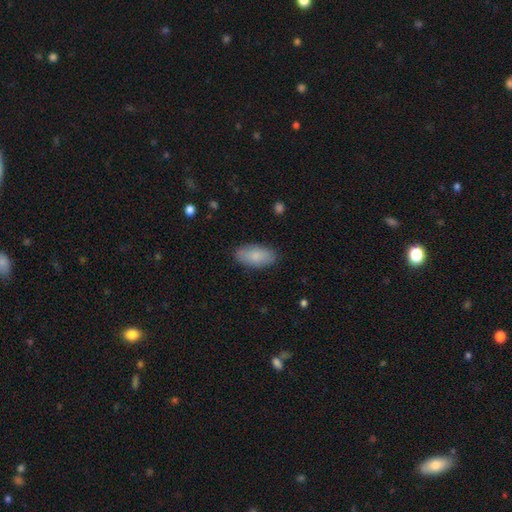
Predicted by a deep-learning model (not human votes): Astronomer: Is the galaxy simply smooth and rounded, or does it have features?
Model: smooth — 84%.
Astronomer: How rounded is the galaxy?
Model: in between — 93%.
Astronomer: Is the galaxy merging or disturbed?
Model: none — 85%.